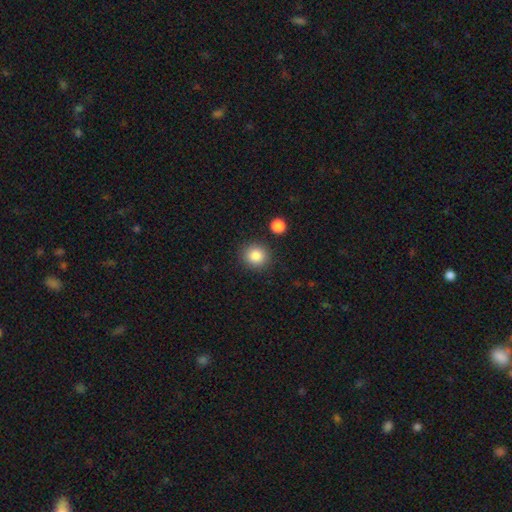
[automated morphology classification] This is clearly a smooth galaxy (86%). How rounded: clearly round (87%). Merging: clearly none (87%).